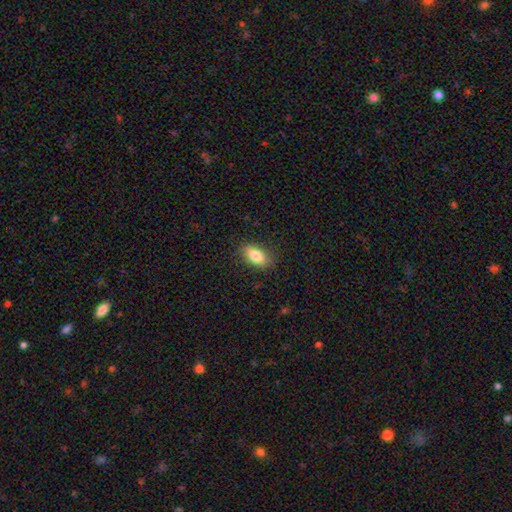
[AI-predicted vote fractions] smooth_or_featured: smooth (p=0.82) [alt: featured or disk p=0.11]
how_rounded: in between (p=0.85) [alt: cigar-shaped p=0.11]
merging: none (p=0.85) [alt: minor disturbance p=0.11]